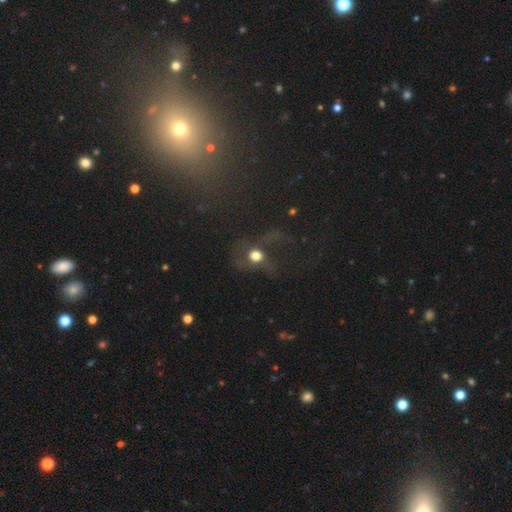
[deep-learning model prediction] A smooth galaxy with no disk features (44%). Merging: major disturbance (43%).